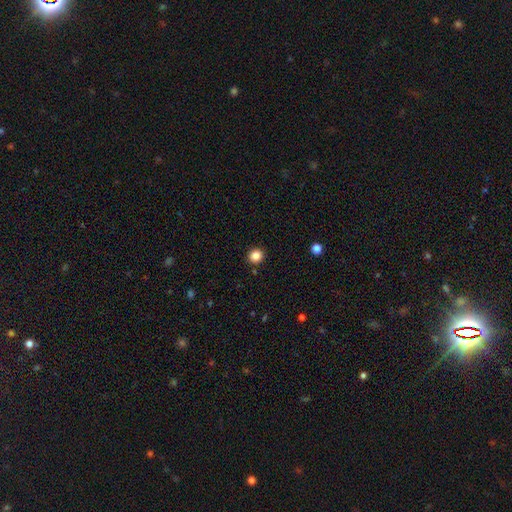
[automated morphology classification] smooth-or-featured: smooth: 85% | star or artifact: 11% | featured or disk: 4%
  how-rounded: round: 85% | in between: 14% | cigar-shaped: 1%
  merging: none: 91% | minor disturbance: 6% | major disturbance: 2% | merger: 2%